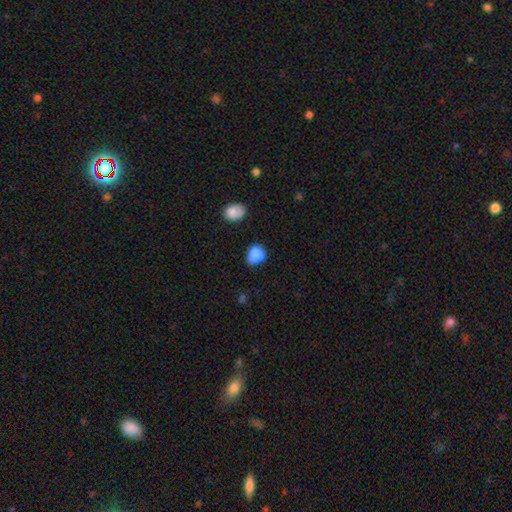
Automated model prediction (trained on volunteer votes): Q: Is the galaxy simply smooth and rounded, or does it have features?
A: smooth — 83%.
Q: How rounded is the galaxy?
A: in between — 53%.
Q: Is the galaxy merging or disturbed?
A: none — 53%.